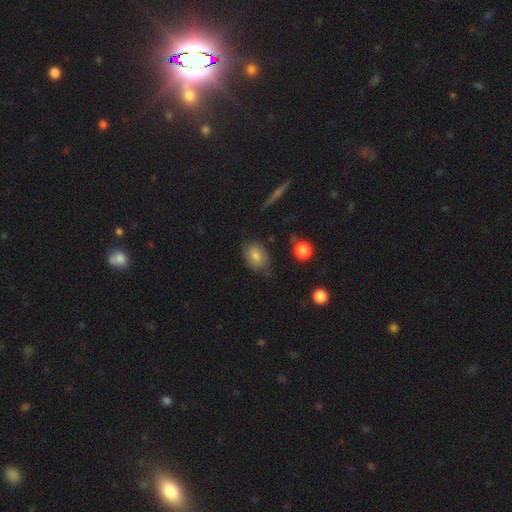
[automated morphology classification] smooth-or-featured: smooth: 77% | featured or disk: 13% | star or artifact: 9%
  how-rounded: in between: 76% | round: 22% | cigar-shaped: 2%
  merging: none: 73% | minor disturbance: 20% | major disturbance: 4% | merger: 3%